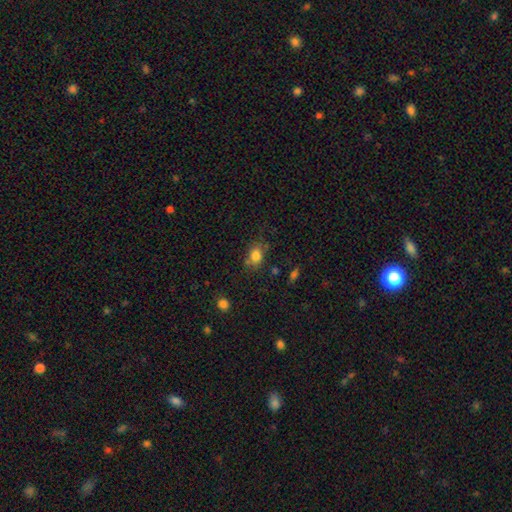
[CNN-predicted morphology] This is clearly a smooth galaxy (81%). How rounded: possibly in between (60%). Merging: likely none (66%).